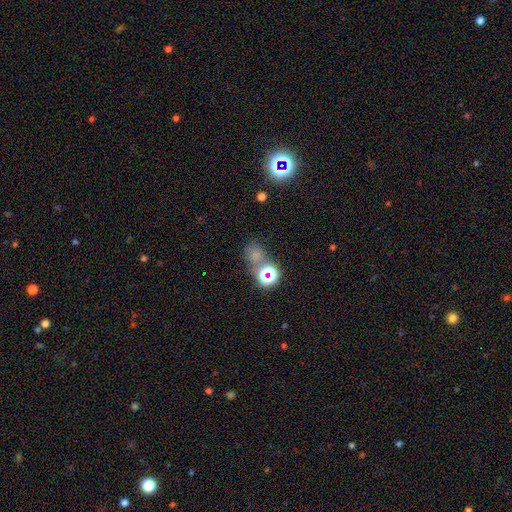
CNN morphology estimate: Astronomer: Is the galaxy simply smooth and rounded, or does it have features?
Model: smooth — 57% (runner-up: star or artifact, 33%).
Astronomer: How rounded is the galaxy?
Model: round — 58% (runner-up: in between, 41%).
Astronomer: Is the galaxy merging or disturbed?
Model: none — 54%.